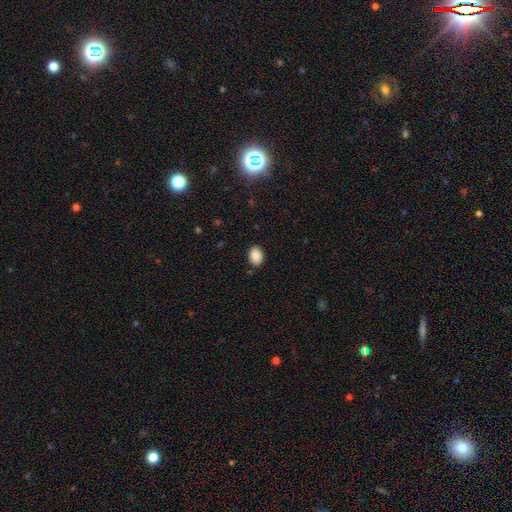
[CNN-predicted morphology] Smooth or featured? Predicted: smooth (p=0.89). How rounded? Predicted: in between (p=0.76). Merging? Predicted: none (p=0.87).